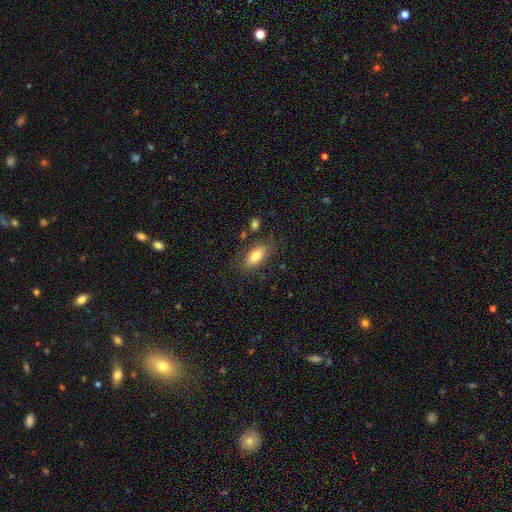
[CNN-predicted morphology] smooth 76%, featured or disk 17%, star or artifact 7%. Down the decision tree: how rounded — in between (87%); merging — none (73%).